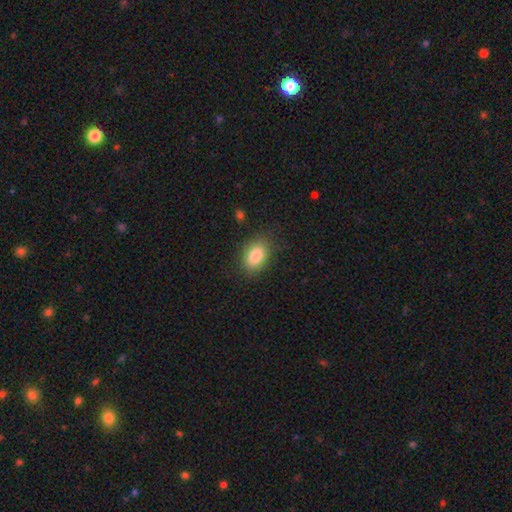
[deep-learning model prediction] smooth_or_featured: smooth (p=0.85) [alt: star or artifact p=0.08]
how_rounded: in between (p=0.86) [alt: round p=0.12]
merging: none (p=0.83) [alt: minor disturbance p=0.12]